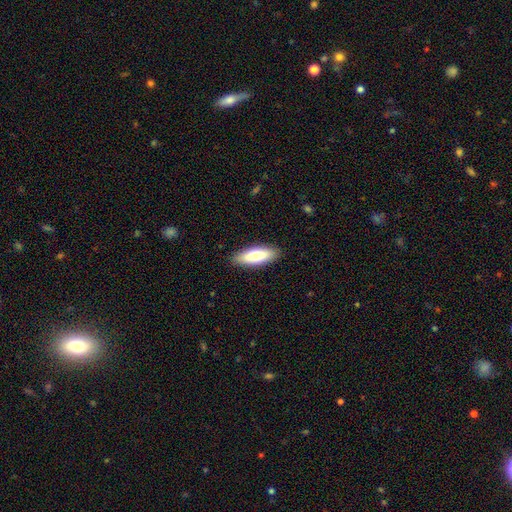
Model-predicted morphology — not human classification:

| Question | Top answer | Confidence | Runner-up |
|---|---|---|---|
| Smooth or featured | smooth | 77% | featured or disk (17%) |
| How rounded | in between | 64% | cigar-shaped (35%) |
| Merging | none | 89% | minor disturbance (8%) |